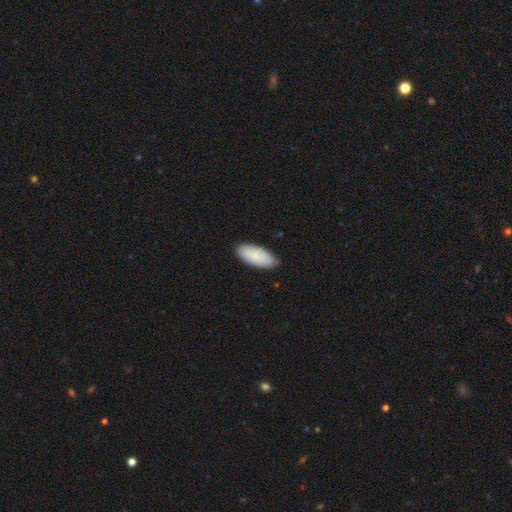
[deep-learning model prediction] smooth-or-featured: smooth: 86% | featured or disk: 9% | star or artifact: 6%
  how-rounded: in between: 85% | cigar-shaped: 13% | round: 2%
  merging: none: 80% | minor disturbance: 17% | major disturbance: 2% | merger: 1%